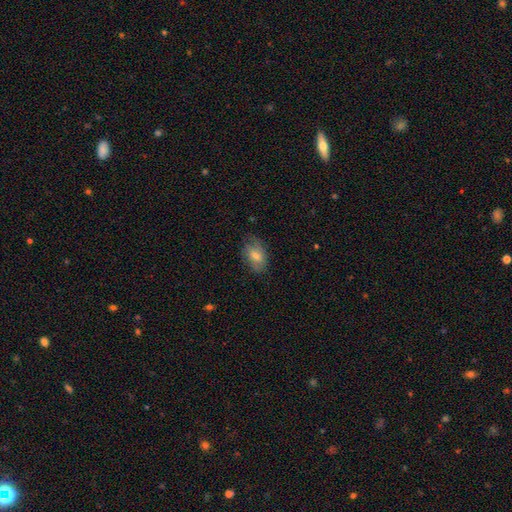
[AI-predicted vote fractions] Smooth or featured? smooth (58%)
How rounded? in between (84%)
Merging? none (70%)